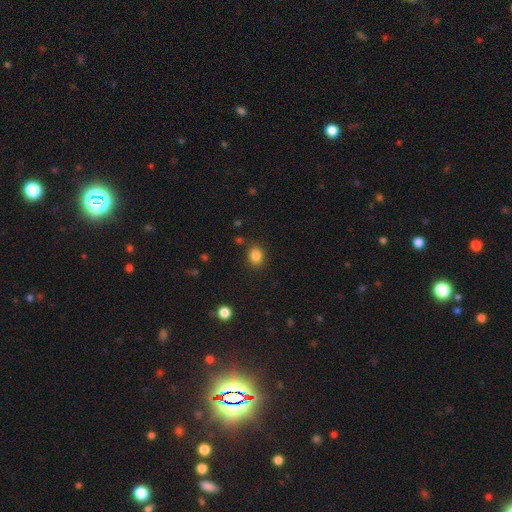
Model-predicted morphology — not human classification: Q: Smooth or featured?
A: smooth (85%); runner-up: star or artifact (11%)
Q: How rounded?
A: round (60%); runner-up: in between (39%)
Q: Merging?
A: none (84%); runner-up: minor disturbance (10%)